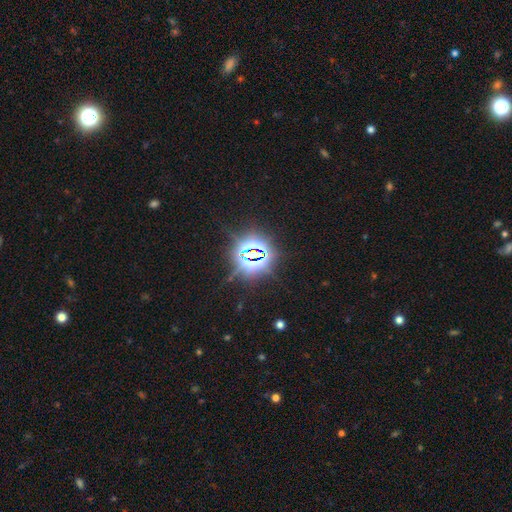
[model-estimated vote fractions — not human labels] Smooth or featured: star or artifact — 82% (smooth — 10%)